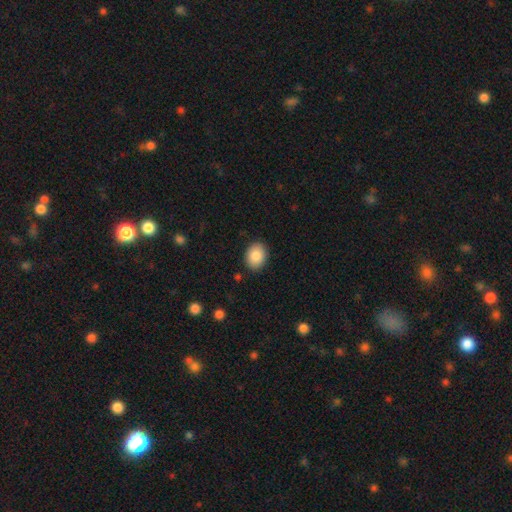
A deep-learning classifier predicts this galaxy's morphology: type=smooth (86%); roundness=in between (62%); merging=none (89%).